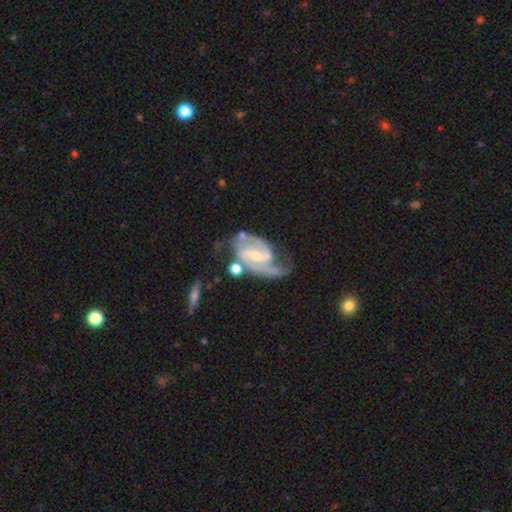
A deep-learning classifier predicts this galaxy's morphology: Q: Smooth or featured?
A: featured or disk (90%); runner-up: smooth (5%)
Q: Edge-on disk?
A: no (97%); runner-up: yes (3%)
Q: Bar?
A: weak (48%); runner-up: strong (35%)
Q: Spiral arms?
A: yes (97%); runner-up: no (3%)
Q: Spiral winding?
A: medium (56%); runner-up: tight (24%)
Q: Spiral arm count?
A: 2 (87%); runner-up: 3 (4%)
Q: Bulge size?
A: small (59%); runner-up: moderate (35%)
Q: Merging?
A: none (55%); runner-up: minor disturbance (22%)